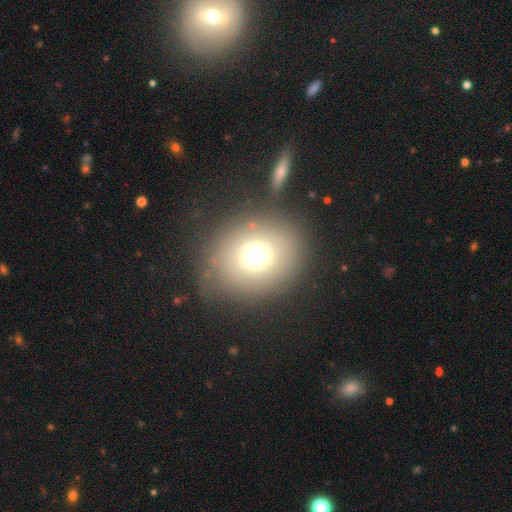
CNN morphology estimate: Smooth or featured? Predicted: smooth (p=0.70). How rounded? Predicted: round (p=0.77). Merging? Predicted: none (p=0.76).